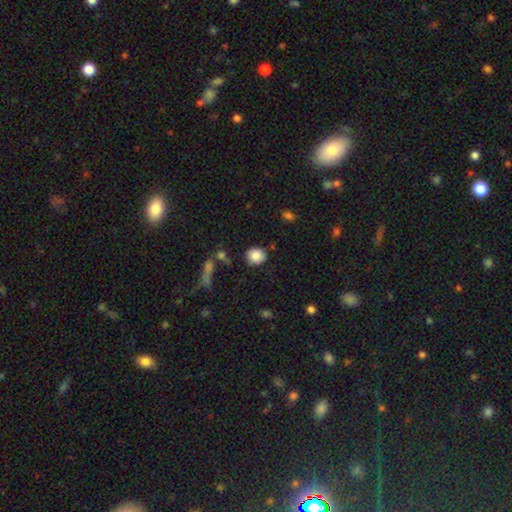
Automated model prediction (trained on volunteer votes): Smooth or featured?
  - smooth: 85% *
  - star or artifact: 9%
  - featured or disk: 6%
How rounded?
  - round: 79% *
  - in between: 20%
  - cigar-shaped: 1%
Merging?
  - none: 78% *
  - minor disturbance: 14%
  - merger: 4%
  - major disturbance: 4%